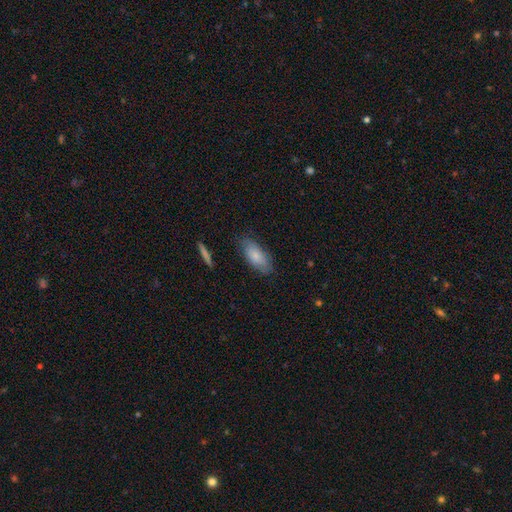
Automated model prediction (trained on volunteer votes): Smooth or featured? smooth (79%)
How rounded? in between (87%)
Merging? none (78%)